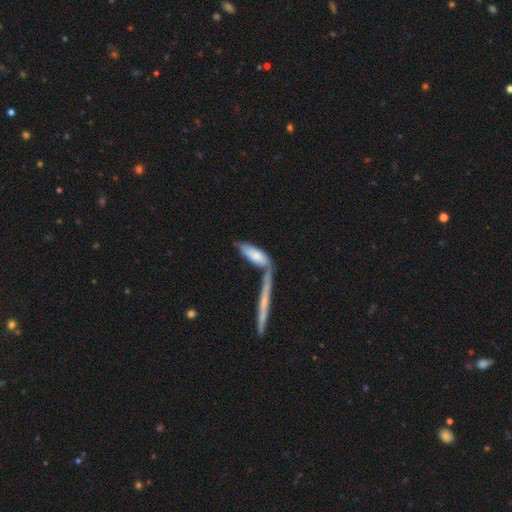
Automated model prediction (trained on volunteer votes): Morphology: type=smooth (71%); roundness=in between (51%); merging=none (42%).